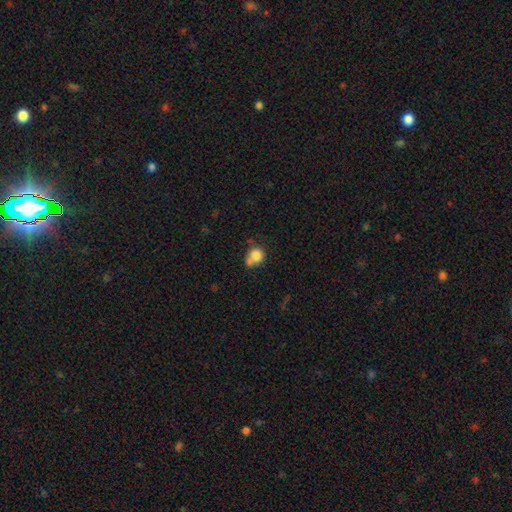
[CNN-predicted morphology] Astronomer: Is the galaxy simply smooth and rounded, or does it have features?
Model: smooth — 81%.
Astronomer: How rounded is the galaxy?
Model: round — 77%.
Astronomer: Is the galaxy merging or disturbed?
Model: none — 43% (runner-up: merger, 29%).